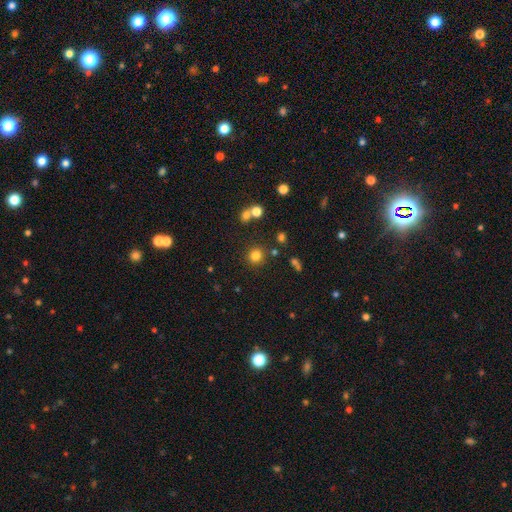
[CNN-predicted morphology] Smooth or featured?
  - smooth: 80% *
  - star or artifact: 15%
  - featured or disk: 6%
How rounded?
  - round: 91% *
  - in between: 9%
  - cigar-shaped: 1%
Merging?
  - none: 85% *
  - minor disturbance: 7%
  - merger: 5%
  - major disturbance: 3%